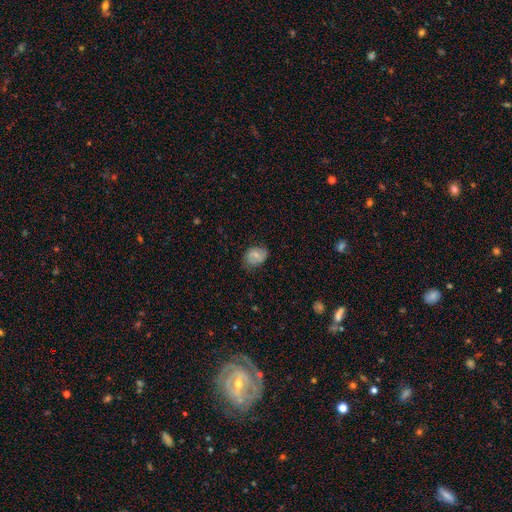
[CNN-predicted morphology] This appears to be a smooth galaxy with no disk features (58%) that is in between round and cigar-shaped (64%). Merging: none (69%).